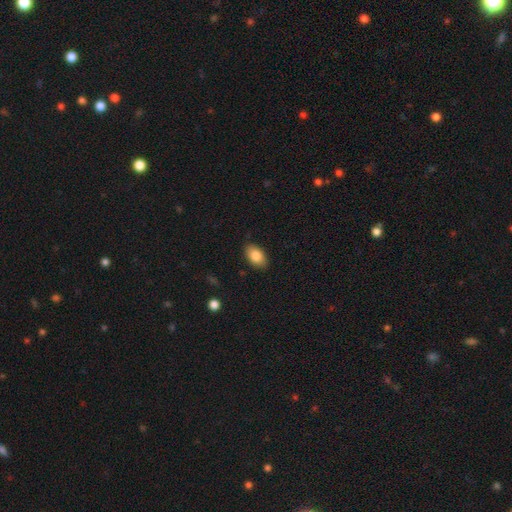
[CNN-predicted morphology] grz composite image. It shows a smooth galaxy with no disk features (84%) that is in between round and cigar-shaped (92%). Merging: none (86%).